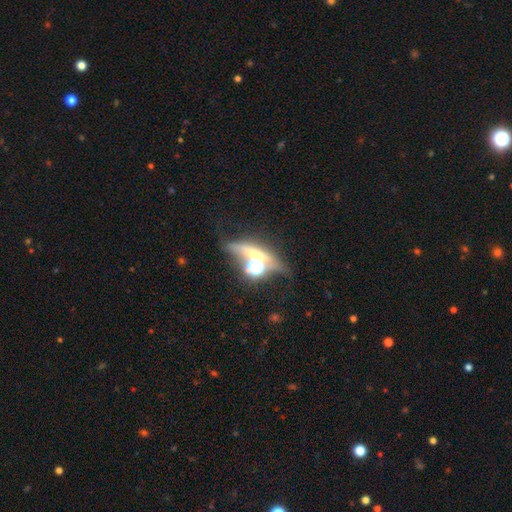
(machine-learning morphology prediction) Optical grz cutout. It shows a featured or disk galaxy (34%, tied with star or artifact). Merging: none (57%).